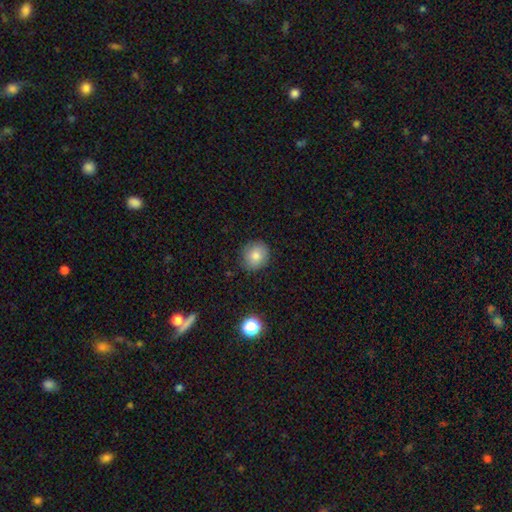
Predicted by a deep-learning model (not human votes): Morphology: type=smooth (78%); roundness=round (80%); merging=none (85%).